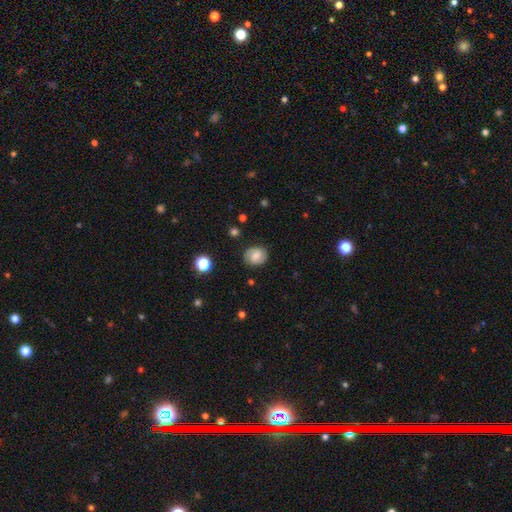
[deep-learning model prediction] Smooth or featured? Predicted: smooth (p=0.64). How rounded? Predicted: round (p=0.64). Merging? Predicted: none (p=0.82).